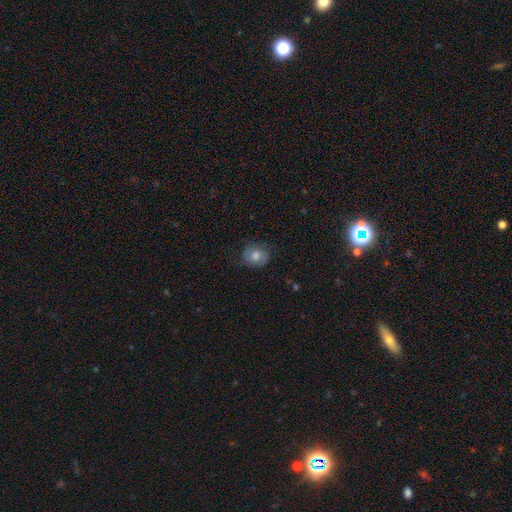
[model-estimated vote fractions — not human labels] This appears to be a smooth galaxy with no disk features (62%) that is round (64%). Merging: none (72%).